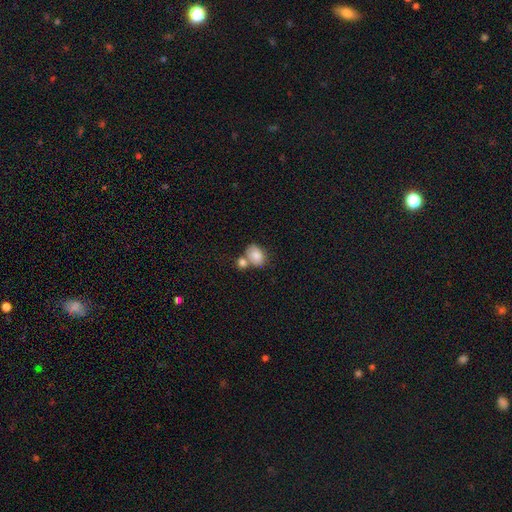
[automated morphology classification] smooth 81%, featured or disk 10%, star or artifact 8%. Down the decision tree: how rounded — in between (71%); merging — none (41%).